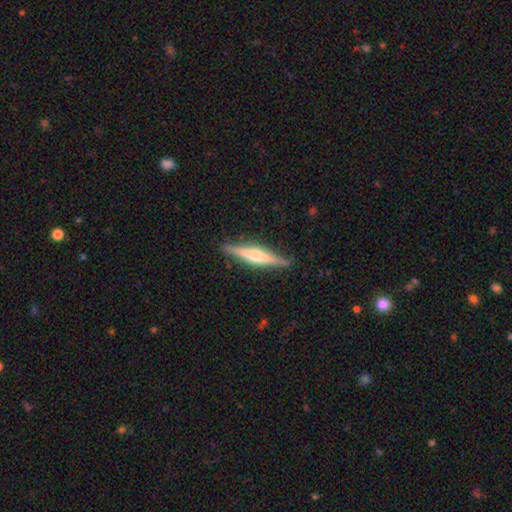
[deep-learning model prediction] Smooth or featured? featured or disk (69%)
Edge-on disk? yes (97%)
Edge-on bulge? rounded (74%)
Merging? none (88%)